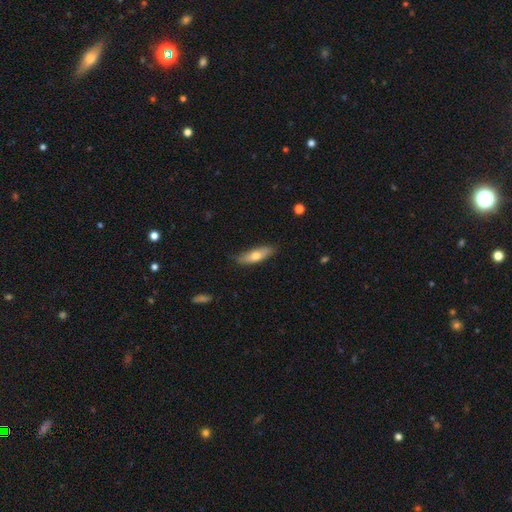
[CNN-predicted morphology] Smooth or featured?
  - smooth: 67% *
  - featured or disk: 27%
  - star or artifact: 6%
How rounded?
  - cigar-shaped: 51% *
  - in between: 47%
  - round: 2%
Merging?
  - none: 80% *
  - minor disturbance: 16%
  - major disturbance: 2%
  - merger: 1%